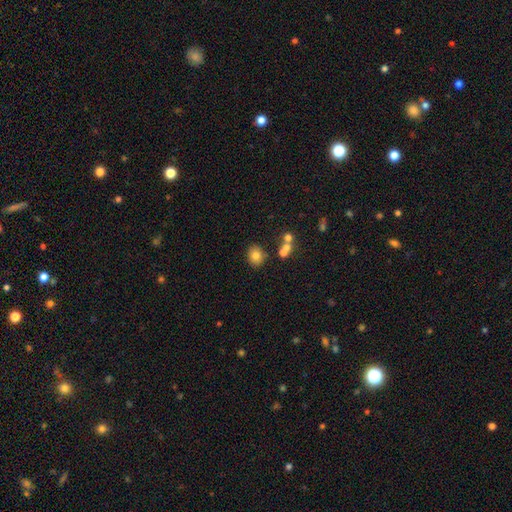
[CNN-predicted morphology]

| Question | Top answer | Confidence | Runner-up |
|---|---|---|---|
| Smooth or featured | smooth | 78% | star or artifact (12%) |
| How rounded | round | 58% | in between (41%) |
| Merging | none | 77% | minor disturbance (11%) |